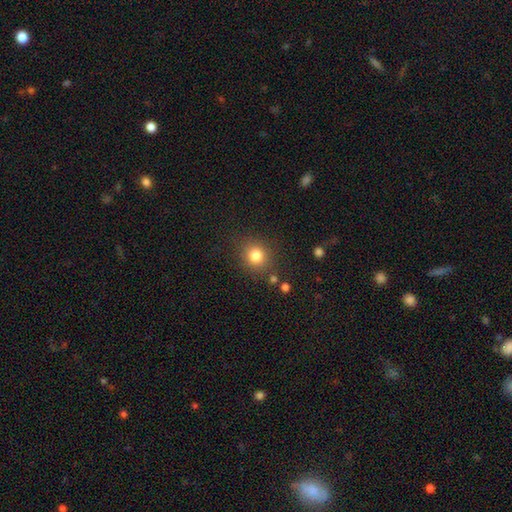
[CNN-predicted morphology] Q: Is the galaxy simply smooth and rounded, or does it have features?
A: smooth — 81%.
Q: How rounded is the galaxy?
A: round — 84%.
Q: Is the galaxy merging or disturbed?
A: none — 84%.